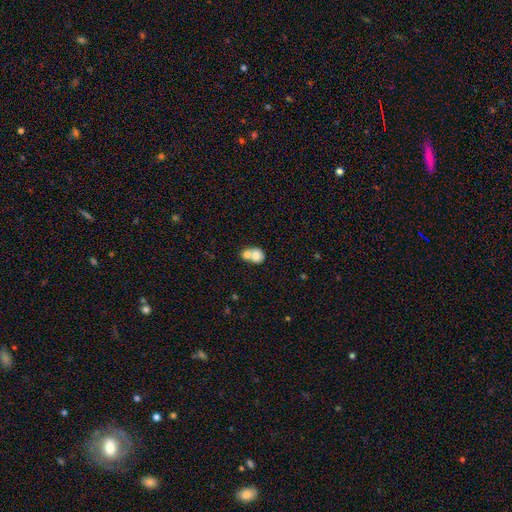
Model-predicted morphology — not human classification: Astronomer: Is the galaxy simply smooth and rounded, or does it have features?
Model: smooth — 72%.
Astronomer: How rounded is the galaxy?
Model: round — 65%.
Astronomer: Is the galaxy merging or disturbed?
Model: merger — 69%.